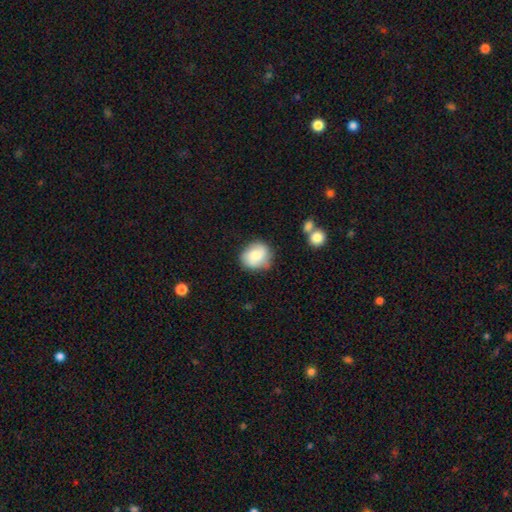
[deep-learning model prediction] Smooth or featured: smooth — 70% (featured or disk — 22%)
How rounded: round — 77% (in between — 22%)
Merging: none — 73% (minor disturbance — 19%)